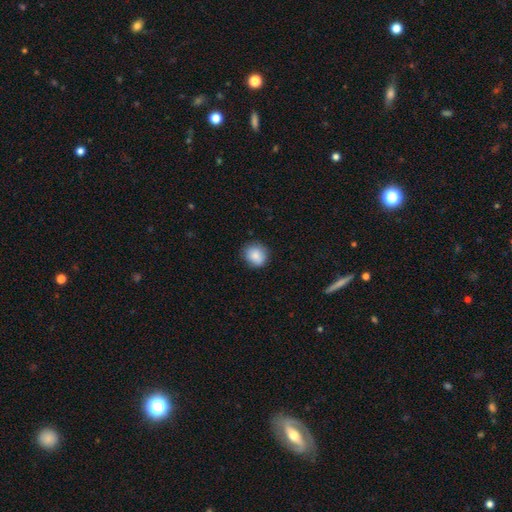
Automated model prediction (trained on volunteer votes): This is clearly a smooth galaxy (86%). How rounded: clearly round (82%). Merging: clearly none (83%).